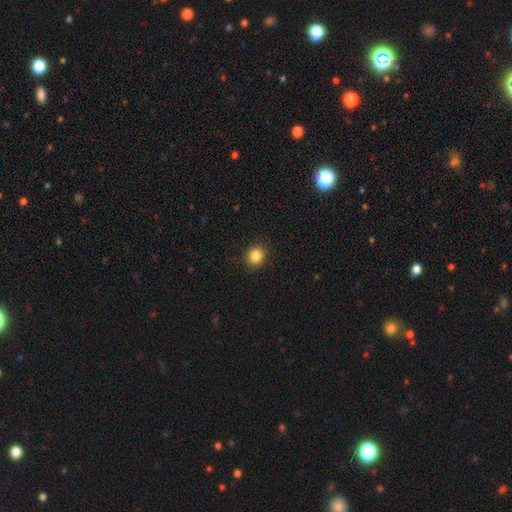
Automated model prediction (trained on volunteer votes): Smooth or featured?
  - smooth: 86% *
  - star or artifact: 10%
  - featured or disk: 4%
How rounded?
  - round: 70% *
  - in between: 29%
  - cigar-shaped: 1%
Merging?
  - none: 90% *
  - minor disturbance: 7%
  - major disturbance: 2%
  - merger: 1%